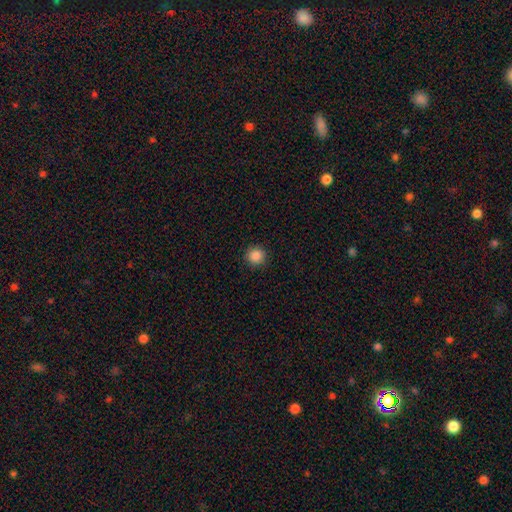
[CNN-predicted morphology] smooth_or_featured: smooth (p=0.87) [alt: star or artifact p=0.10]
how_rounded: round (p=0.94) [alt: in between p=0.05]
merging: none (p=0.92) [alt: minor disturbance p=0.05]